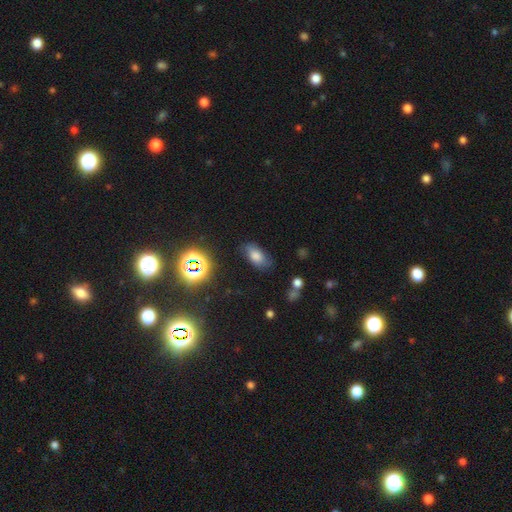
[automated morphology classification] Smooth or featured? smooth (71%)
How rounded? in between (90%)
Merging? none (73%)